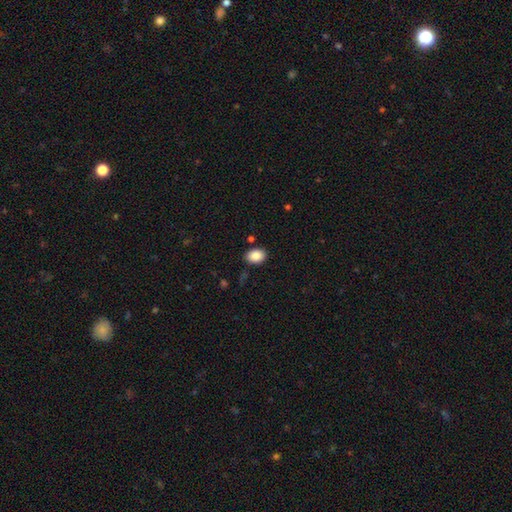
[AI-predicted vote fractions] Smooth or featured? Predicted: smooth (p=0.88). How rounded? Predicted: in between (p=0.75). Merging? Predicted: none (p=0.85).